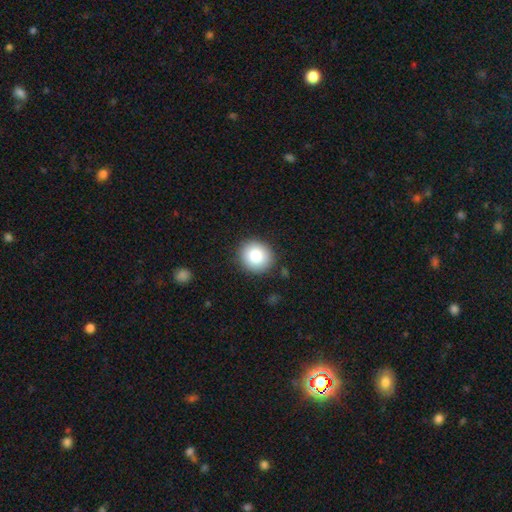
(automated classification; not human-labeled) smooth_or_featured: smooth (p=0.82) [alt: featured or disk p=0.09]
how_rounded: round (p=0.86) [alt: in between p=0.13]
merging: none (p=0.89) [alt: minor disturbance p=0.08]